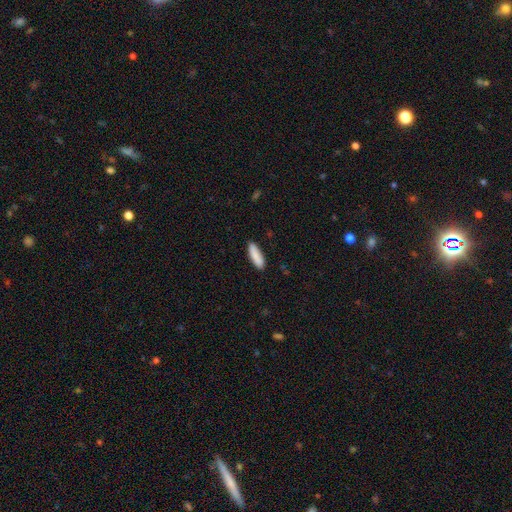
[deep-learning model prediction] Smooth or featured? Predicted: smooth (p=0.88). How rounded? Predicted: cigar-shaped (p=0.58). Merging? Predicted: none (p=0.87).